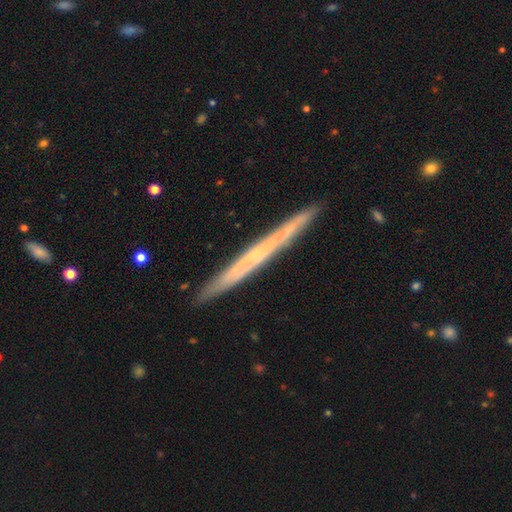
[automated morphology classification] featured or disk 62%, smooth 32%, star or artifact 6%. Down the decision tree: edge-on disk — yes (95%); edge-on bulge — none (79%); merging — none (90%).